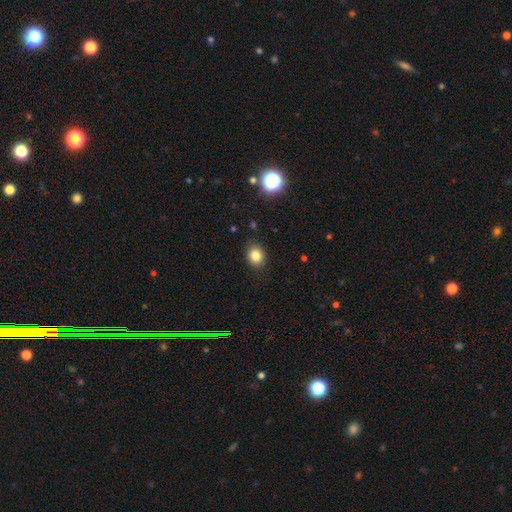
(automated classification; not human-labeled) The model was most divided on "how rounded": round: 65%, in between: 34%, cigar-shaped: 1%. More confident: merging — none (88%); smooth or featured — smooth (83%).